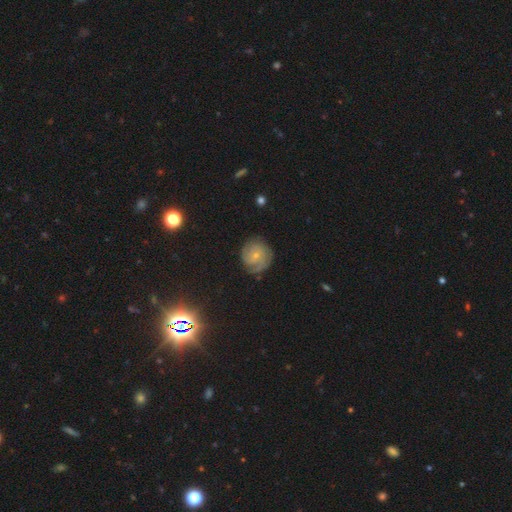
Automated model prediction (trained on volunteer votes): This appears to be a featured or disk galaxy (66%) with no bar (77%), 2 (32%) tight (63%) spiral arms (90%) and a small central bulge (75%). Merging: none (74%).